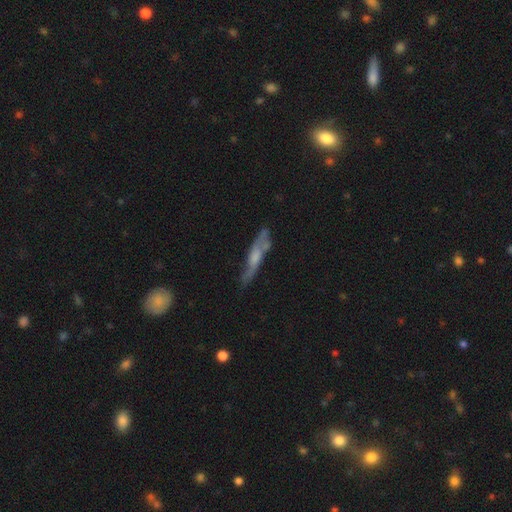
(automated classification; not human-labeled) Q: Smooth or featured?
A: featured or disk (59%); runner-up: smooth (34%)
Q: Edge-on disk?
A: yes (63%); runner-up: no (37%)
Q: Merging?
A: none (61%); runner-up: minor disturbance (25%)